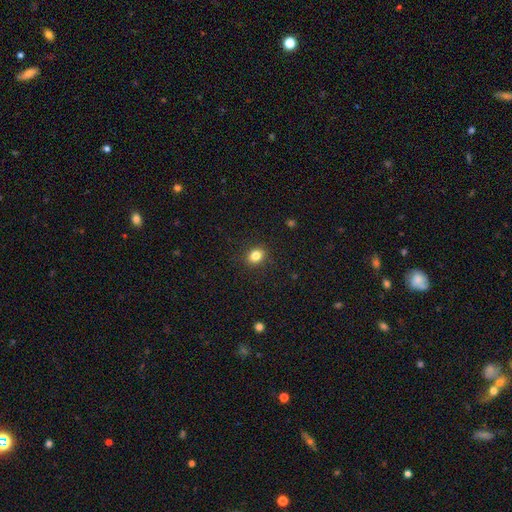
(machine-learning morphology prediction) A smooth galaxy with no disk features (84%) that is in between round and cigar-shaped (52%). Merging: none (89%).